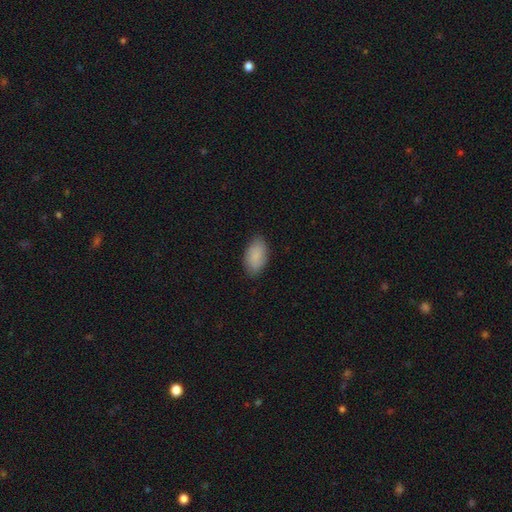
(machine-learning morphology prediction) type=smooth (87%); roundness=in between (94%); merging=none (84%).